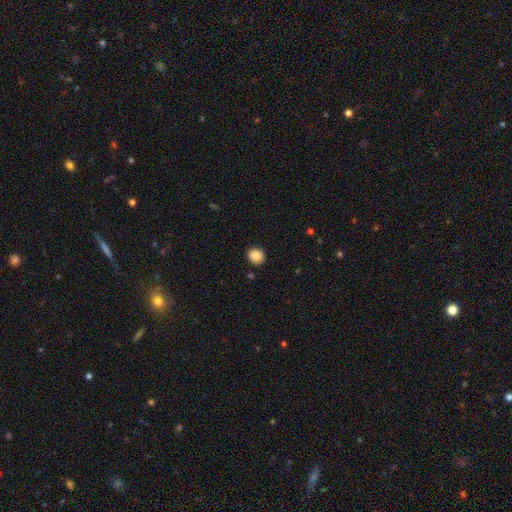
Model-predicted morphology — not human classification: Q: Smooth or featured?
A: smooth (87%); runner-up: star or artifact (9%)
Q: How rounded?
A: round (82%); runner-up: in between (17%)
Q: Merging?
A: none (90%); runner-up: minor disturbance (7%)